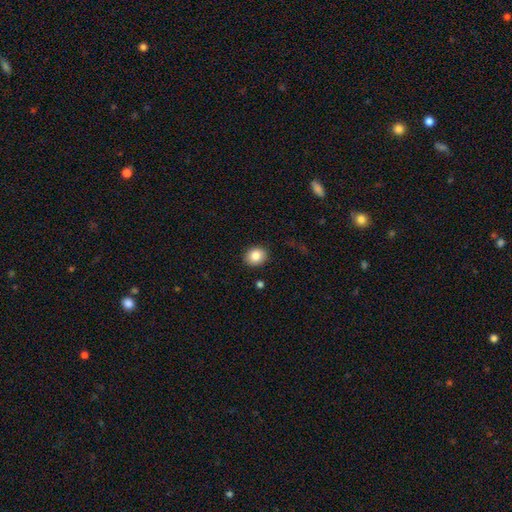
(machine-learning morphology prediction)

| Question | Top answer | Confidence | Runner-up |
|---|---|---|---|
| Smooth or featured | smooth | 84% | star or artifact (9%) |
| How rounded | round | 69% | in between (30%) |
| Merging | none | 89% | minor disturbance (7%) |